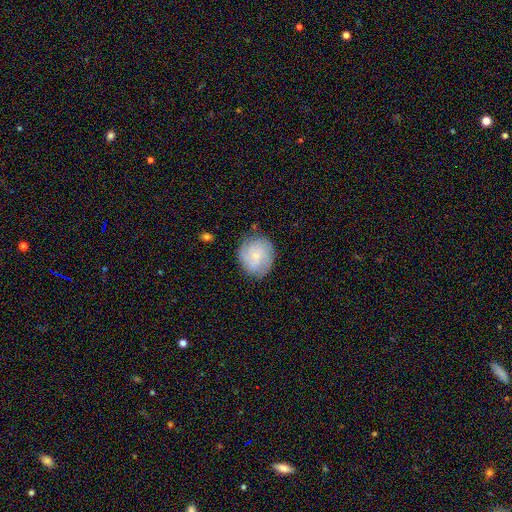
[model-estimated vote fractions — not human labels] Smooth or featured? featured or disk (52%)
Edge-on disk? no (98%)
Bar? no (70%)
Spiral arms? yes (89%)
Bulge size? small (73%)
Merging? none (79%)